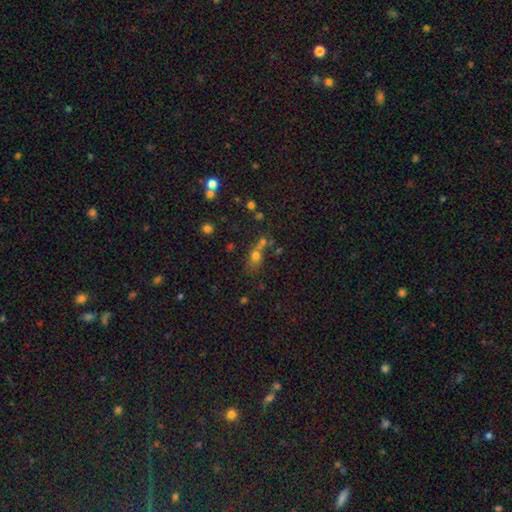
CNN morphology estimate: The model was most divided on "merging": merger: 43%, none: 35%, minor disturbance: 13%, major disturbance: 9%. More confident: smooth or featured — smooth (65%); how rounded — round (52%).